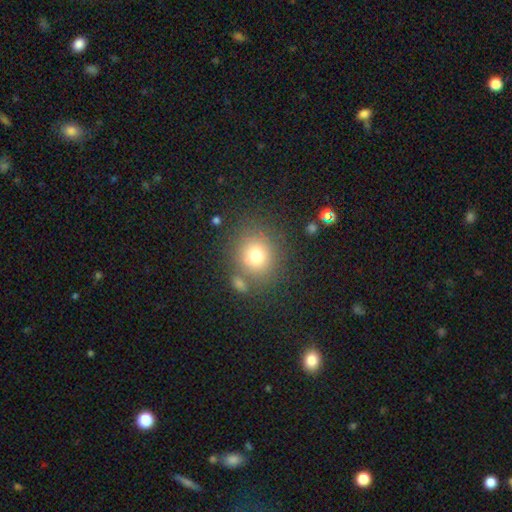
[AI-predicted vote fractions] Smooth or featured? Predicted: smooth (p=0.75). How rounded? Predicted: round (p=0.83). Merging? Predicted: none (p=0.75).